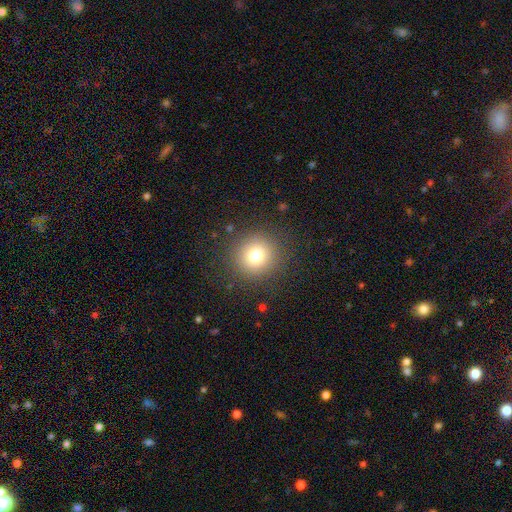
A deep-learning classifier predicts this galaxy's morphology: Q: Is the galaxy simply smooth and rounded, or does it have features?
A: smooth — 76%.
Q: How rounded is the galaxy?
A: round — 93%.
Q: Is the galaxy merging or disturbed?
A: none — 88%.